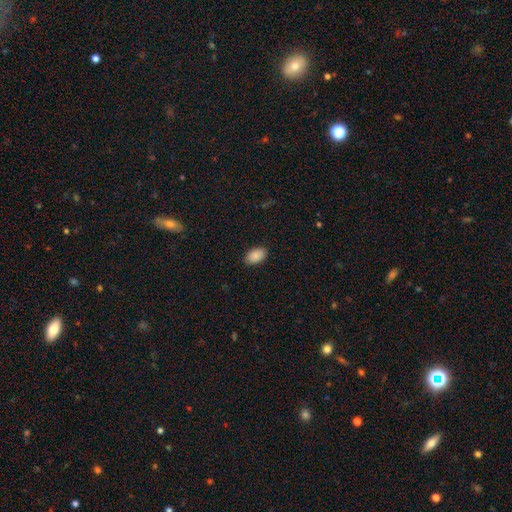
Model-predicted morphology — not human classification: Overall: smooth (89%). How rounded: in between (93%). Merging: none (89%).